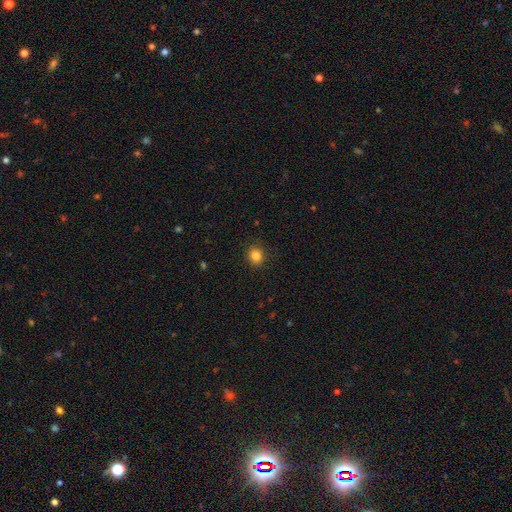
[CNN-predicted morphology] smooth_or_featured: smooth (p=0.84) [alt: star or artifact p=0.11]
how_rounded: round (p=0.84) [alt: in between p=0.15]
merging: none (p=0.88) [alt: minor disturbance p=0.09]